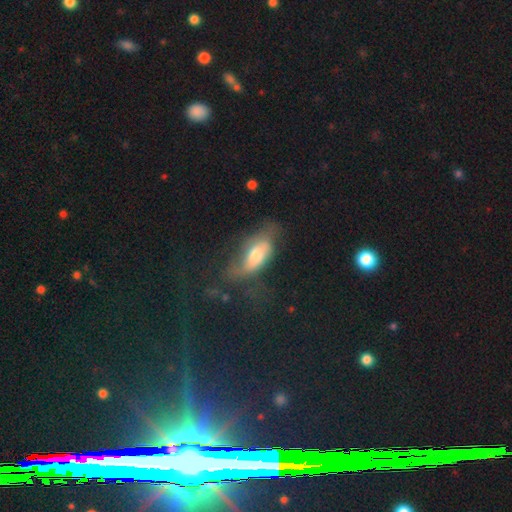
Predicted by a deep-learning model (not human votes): smooth_or_featured: smooth (p=0.50) [alt: featured or disk p=0.39]
how_rounded: in between (p=0.80) [alt: cigar-shaped p=0.15]
merging: none (p=0.38) [alt: major disturbance p=0.31]